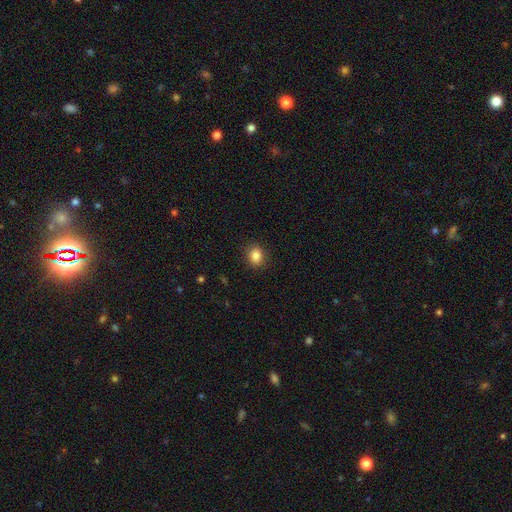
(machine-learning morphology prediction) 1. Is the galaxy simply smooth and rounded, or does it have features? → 85% smooth, 10% star or artifact, 5% featured or disk.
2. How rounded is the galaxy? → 59% round, 40% in between, 1% cigar-shaped.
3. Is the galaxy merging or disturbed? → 89% none, 8% minor disturbance, 2% major disturbance, 1% merger.